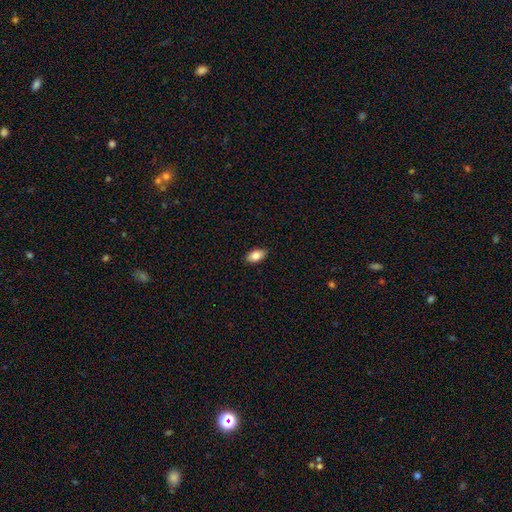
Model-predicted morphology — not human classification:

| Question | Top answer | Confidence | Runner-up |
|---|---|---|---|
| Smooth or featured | smooth | 84% | featured or disk (9%) |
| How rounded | in between | 93% | round (4%) |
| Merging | none | 89% | minor disturbance (9%) |